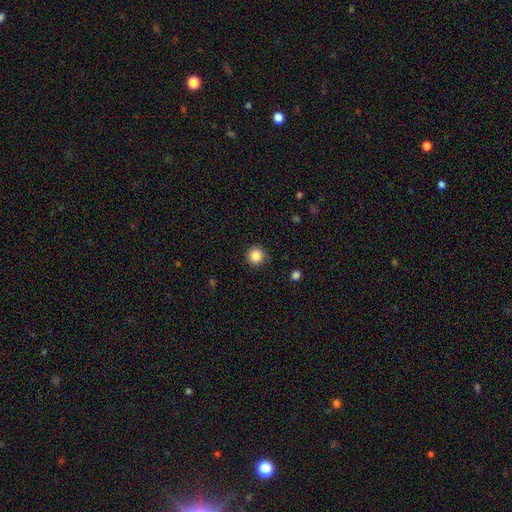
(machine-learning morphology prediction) smooth_or_featured: smooth (p=0.86) [alt: star or artifact p=0.10]
how_rounded: round (p=0.95) [alt: in between p=0.04]
merging: none (p=0.89) [alt: minor disturbance p=0.08]